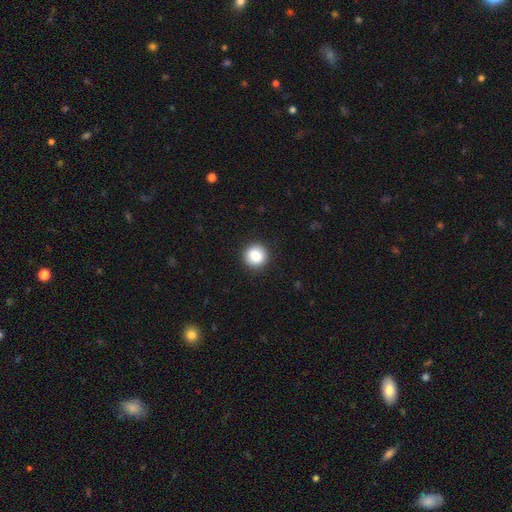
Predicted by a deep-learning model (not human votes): Morphology: type=smooth (86%); roundness=round (94%); merging=none (92%).